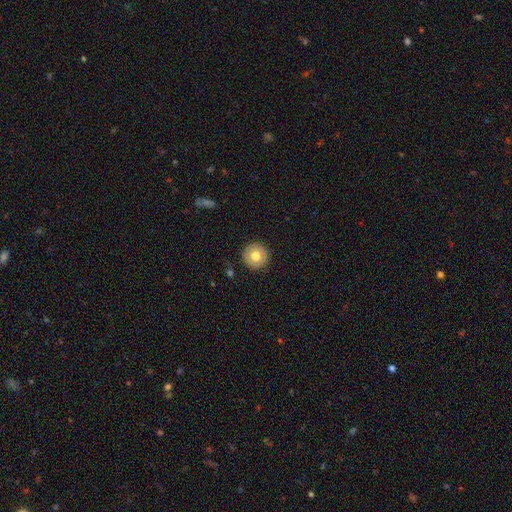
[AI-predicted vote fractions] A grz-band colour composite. It shows a smooth galaxy with no disk features (74%) that is round (96%). Merging: none (91%).